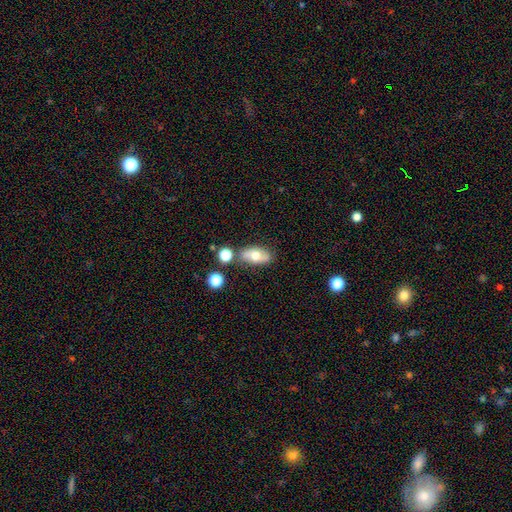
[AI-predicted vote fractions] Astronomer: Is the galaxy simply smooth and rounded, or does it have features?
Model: smooth — 62%.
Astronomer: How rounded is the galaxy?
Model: in between — 87%.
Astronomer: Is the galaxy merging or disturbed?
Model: none — 71%.